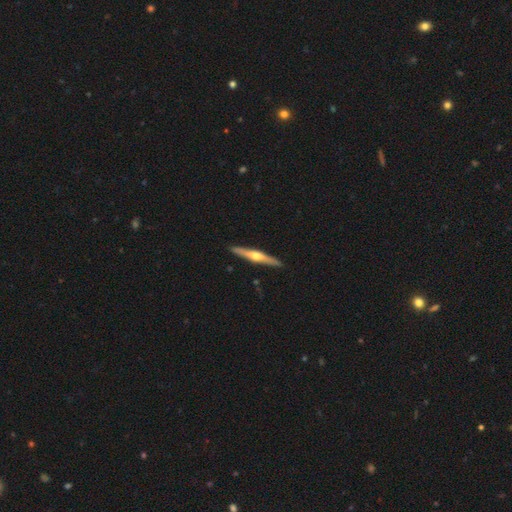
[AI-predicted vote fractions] This is likely a featured or disk galaxy (68%). It is clearly viewed edge-on (97%). Edge-on bulge: clearly rounded (92%). Merging: clearly none (91%).